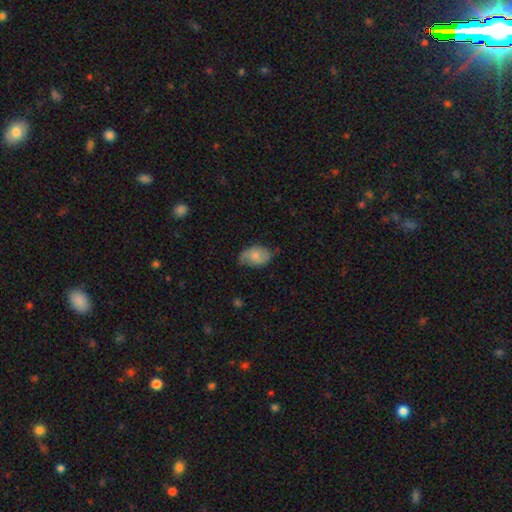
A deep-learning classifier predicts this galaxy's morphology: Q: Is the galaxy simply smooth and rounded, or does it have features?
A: smooth — 63%.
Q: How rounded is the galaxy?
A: in between — 88%.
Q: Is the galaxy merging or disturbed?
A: none — 58%.